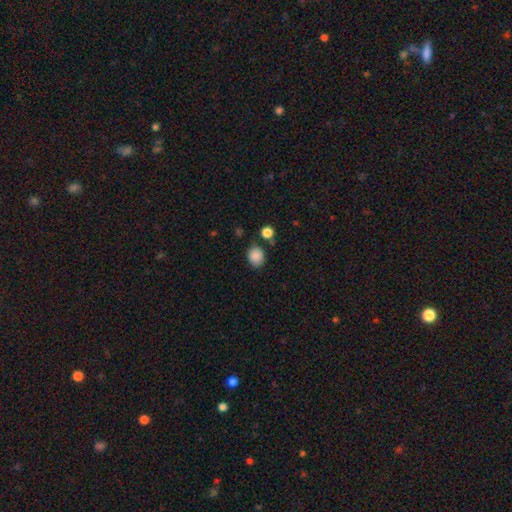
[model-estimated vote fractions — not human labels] smooth-or-featured: smooth: 87% | star or artifact: 9% | featured or disk: 4%
  how-rounded: round: 65% | in between: 34% | cigar-shaped: 1%
  merging: none: 76% | minor disturbance: 14% | merger: 6% | major disturbance: 4%